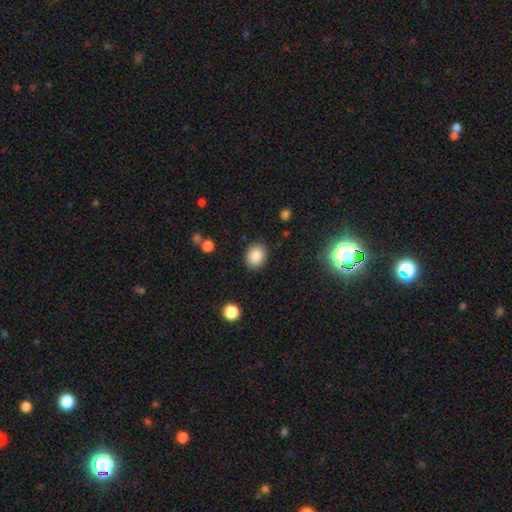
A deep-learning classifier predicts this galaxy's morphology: Q: Smooth or featured?
A: smooth (85%); runner-up: star or artifact (9%)
Q: How rounded?
A: round (52%); runner-up: in between (47%)
Q: Merging?
A: none (88%); runner-up: minor disturbance (9%)